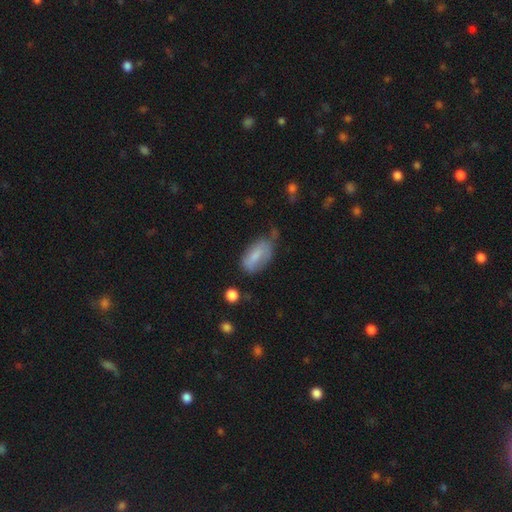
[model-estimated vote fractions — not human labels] smooth-or-featured: smooth: 70% | featured or disk: 23% | star or artifact: 7%
  how-rounded: in between: 90% | cigar-shaped: 6% | round: 4%
  merging: none: 44% | minor disturbance: 37% | major disturbance: 14% | merger: 5%